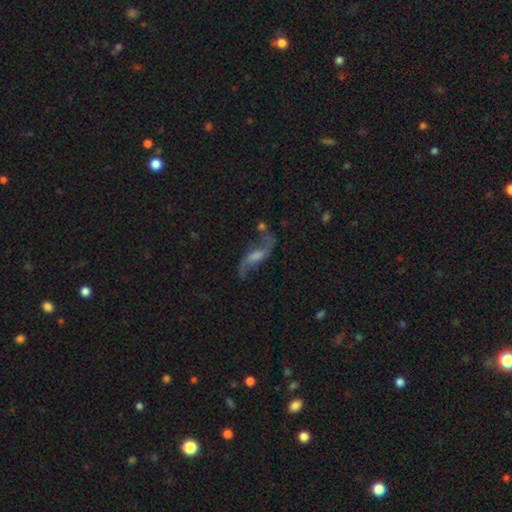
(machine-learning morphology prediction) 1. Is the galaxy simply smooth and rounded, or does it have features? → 82% featured or disk, 10% smooth, 8% star or artifact.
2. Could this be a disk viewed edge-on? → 91% no, 9% yes.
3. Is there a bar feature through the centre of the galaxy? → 47% weak, 34% no, 19% strong.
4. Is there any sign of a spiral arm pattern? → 94% yes, 6% no.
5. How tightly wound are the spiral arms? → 87% loose, 11% medium, 3% tight.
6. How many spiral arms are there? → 92% 2, 3% 1, 3% can't tell, 1% 3, 1% 4, 1% more than 4.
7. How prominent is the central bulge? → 34% moderate, 30% small, 25% none, 9% large, 2% dominant.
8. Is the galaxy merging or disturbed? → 67% none, 16% minor disturbance, 10% major disturbance, 7% merger.